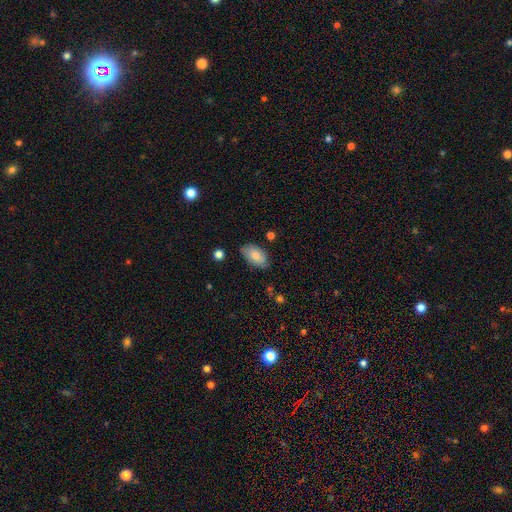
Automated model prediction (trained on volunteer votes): A smooth galaxy with no disk features (77%) that is in between round and cigar-shaped (94%).

Vote fractions:
- Smooth or featured? smooth: 77% / featured or disk: 17% / star or artifact: 7%
- How rounded? in between: 94% / round: 4% / cigar-shaped: 2%
- Merging? none: 76% / minor disturbance: 19% / major disturbance: 3% / merger: 2%